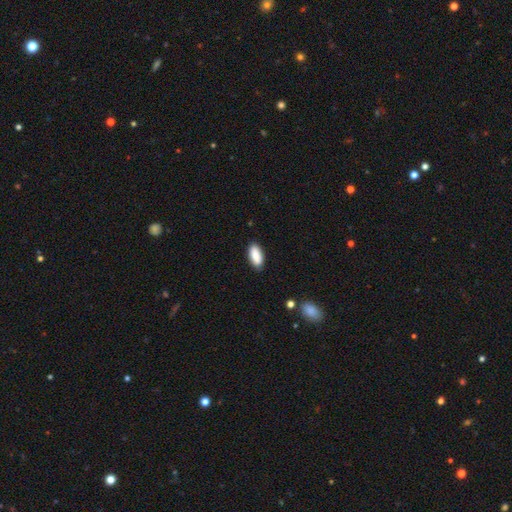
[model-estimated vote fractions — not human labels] smooth 88%, star or artifact 6%, featured or disk 6%. Down the decision tree: how rounded — in between (85%); merging — none (86%).